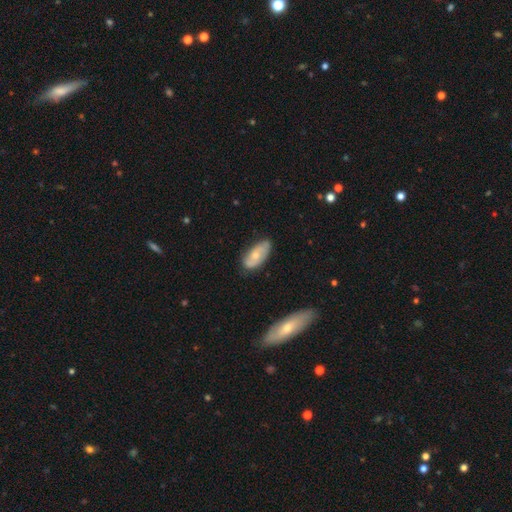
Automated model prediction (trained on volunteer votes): This is possibly a smooth galaxy (55%). How rounded: clearly in between (90%). Merging: likely none (68%).